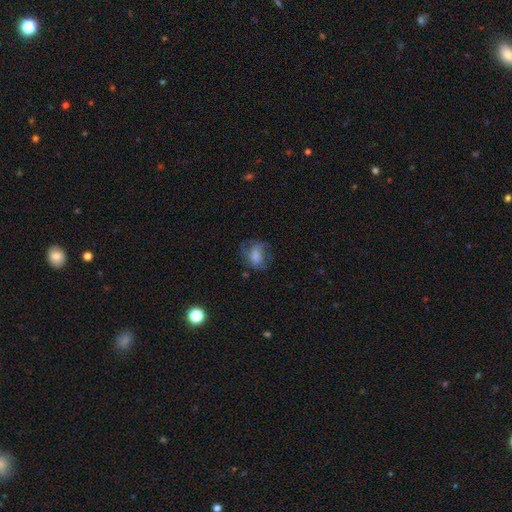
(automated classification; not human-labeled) Smooth or featured: smooth — 57% (featured or disk — 32%)
How rounded: in between — 59% (round — 40%)
Merging: none — 47% (major disturbance — 26%)